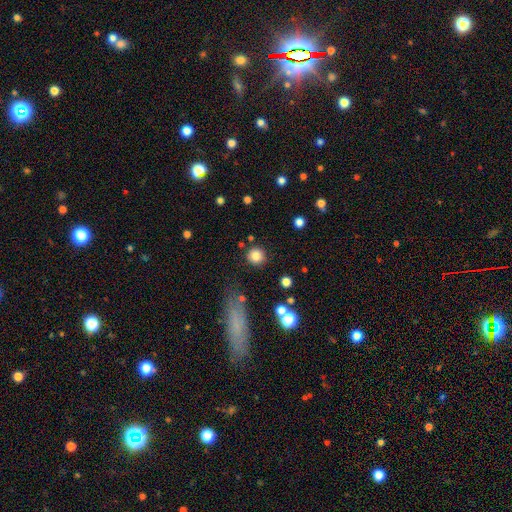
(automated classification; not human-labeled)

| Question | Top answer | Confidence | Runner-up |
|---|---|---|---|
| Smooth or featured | smooth | 83% | star or artifact (12%) |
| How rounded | round | 93% | in between (6%) |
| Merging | none | 85% | minor disturbance (8%) |